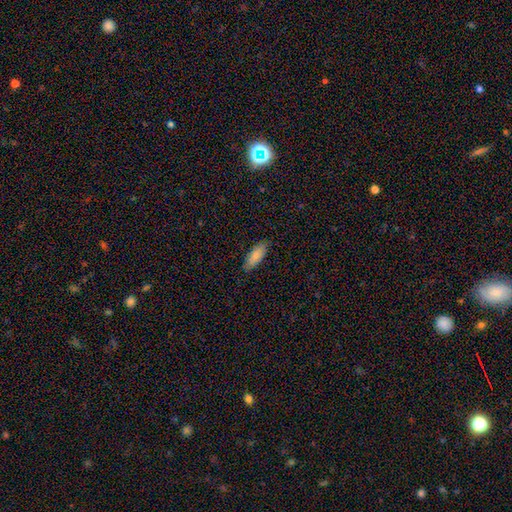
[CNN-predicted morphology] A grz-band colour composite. It shows a smooth galaxy with no disk features (86%) that is in between round and cigar-shaped (73%). Merging: none (84%).